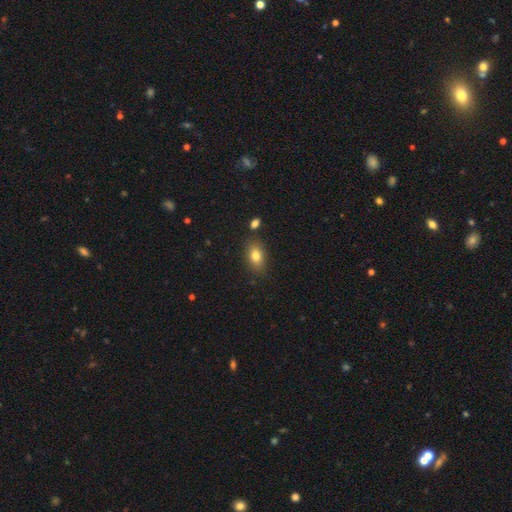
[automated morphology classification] Smooth or featured: smooth — 80% (featured or disk — 11%)
How rounded: in between — 85% (round — 12%)
Merging: none — 81% (minor disturbance — 11%)